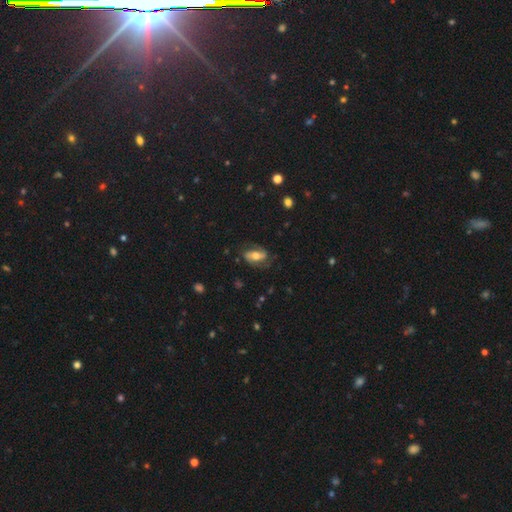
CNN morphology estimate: A featured or disk galaxy (58%) with no bar (37%), spiral arms (80%) and a moderate central bulge (64%). Merging: none (67%).